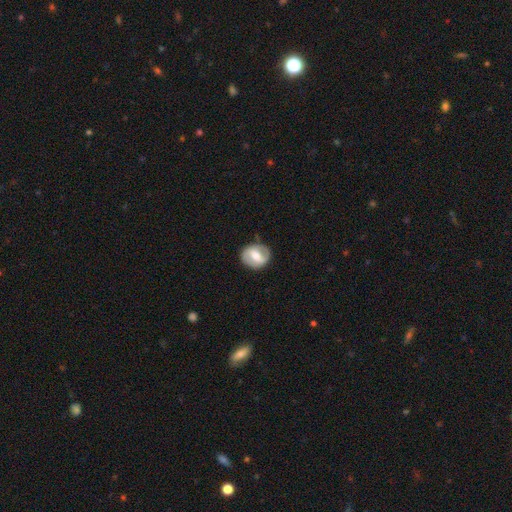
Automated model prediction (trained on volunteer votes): Q: Smooth or featured?
A: featured or disk (58%); runner-up: smooth (36%)
Q: Edge-on disk?
A: no (95%); runner-up: yes (5%)
Q: Bar?
A: strong (47%); runner-up: weak (36%)
Q: Spiral arms?
A: yes (54%); runner-up: no (46%)
Q: Bulge size?
A: moderate (67%); runner-up: small (22%)
Q: Merging?
A: none (82%); runner-up: minor disturbance (12%)